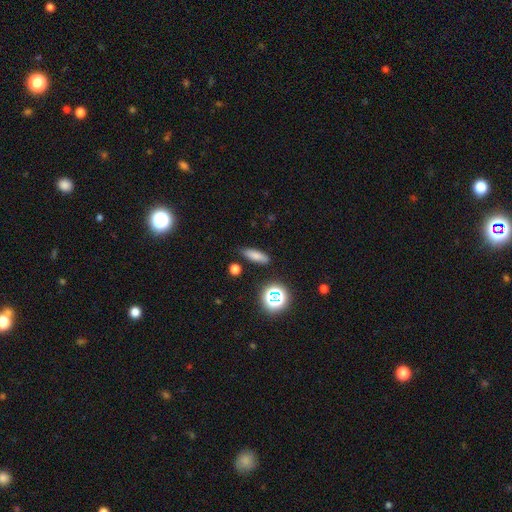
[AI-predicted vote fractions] Morphology: type=smooth (76%); roundness=in between (50%); merging=none (84%).